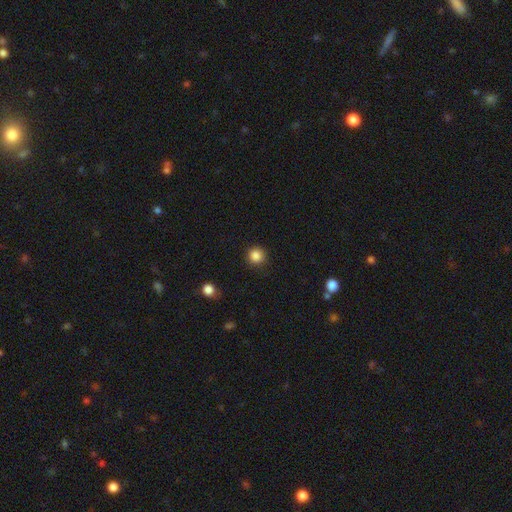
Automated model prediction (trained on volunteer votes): Overall: smooth (86%). How rounded: round (95%). Merging: none (91%).